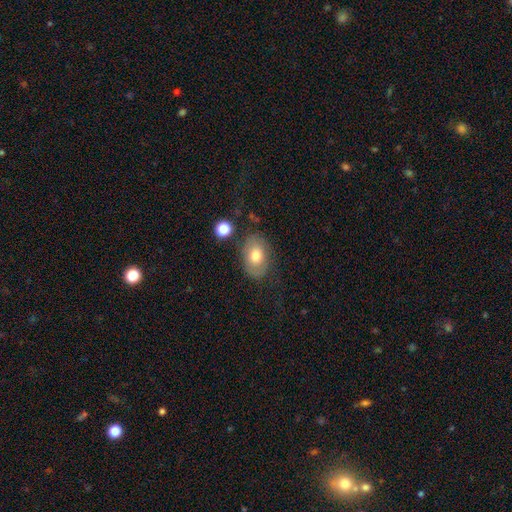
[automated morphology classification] Smooth or featured?
  - smooth: 66% *
  - featured or disk: 25%
  - star or artifact: 9%
How rounded?
  - in between: 80% *
  - round: 18%
  - cigar-shaped: 1%
Merging?
  - none: 74% *
  - minor disturbance: 17%
  - major disturbance: 6%
  - merger: 3%